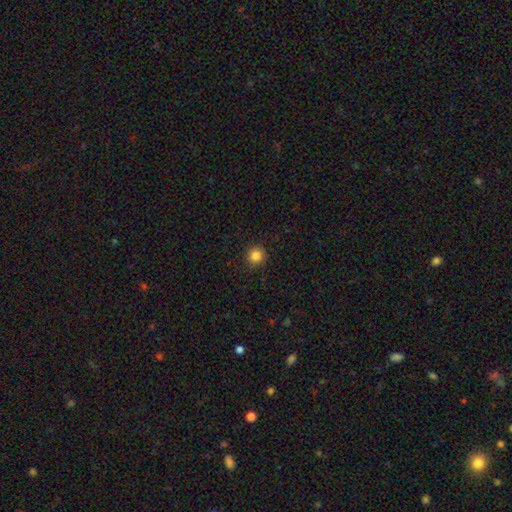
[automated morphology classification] smooth_or_featured: smooth (p=0.85) [alt: star or artifact p=0.11]
how_rounded: round (p=0.94) [alt: in between p=0.06]
merging: none (p=0.91) [alt: minor disturbance p=0.06]